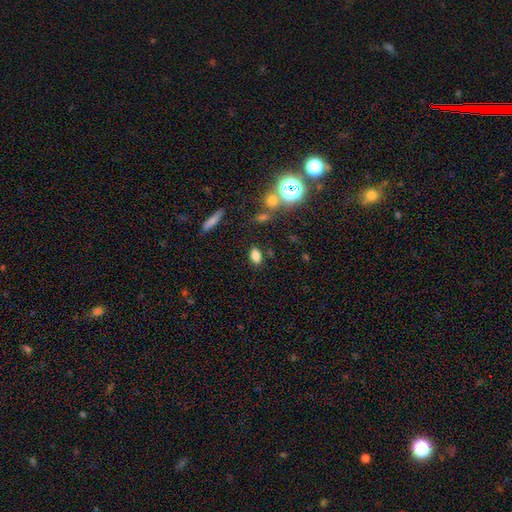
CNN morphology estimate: smooth 80%, star or artifact 13%, featured or disk 7%. Down the decision tree: how rounded — in between (84%); merging — none (82%).